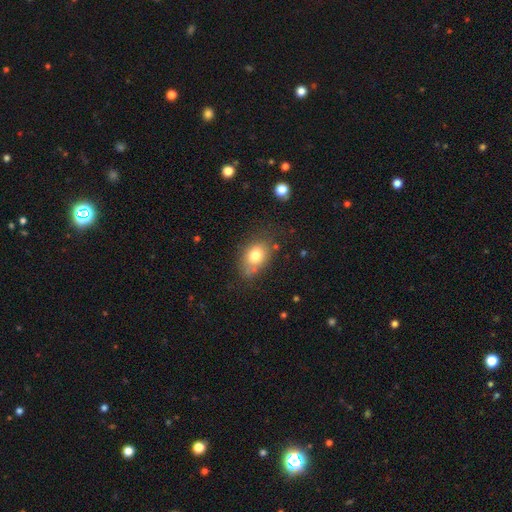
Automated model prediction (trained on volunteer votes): Smooth or featured: smooth — 78% (featured or disk — 13%)
How rounded: in between — 76% (round — 23%)
Merging: none — 67% (minor disturbance — 22%)